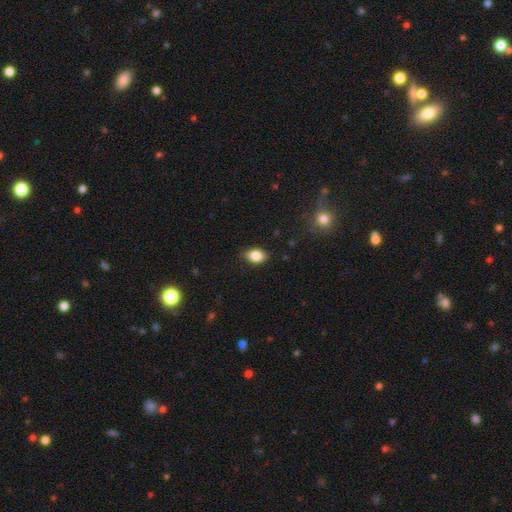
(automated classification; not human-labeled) Smooth or featured?
  - smooth: 83% *
  - star or artifact: 9%
  - featured or disk: 9%
How rounded?
  - in between: 74% *
  - round: 24%
  - cigar-shaped: 2%
Merging?
  - none: 76% *
  - minor disturbance: 20%
  - major disturbance: 3%
  - merger: 1%